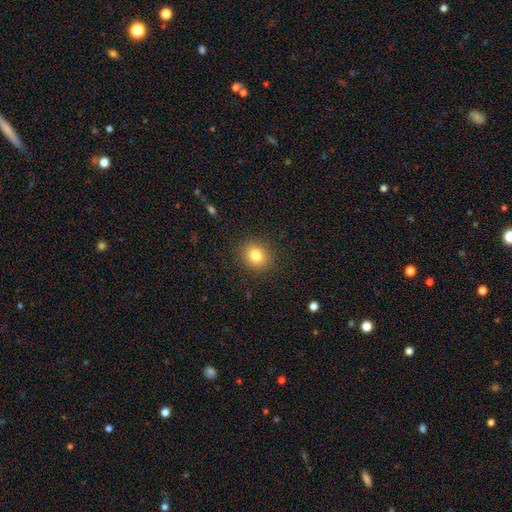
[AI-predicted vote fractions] Smooth or featured: smooth — 81% (star or artifact — 11%)
How rounded: round — 79% (in between — 20%)
Merging: none — 90% (minor disturbance — 7%)